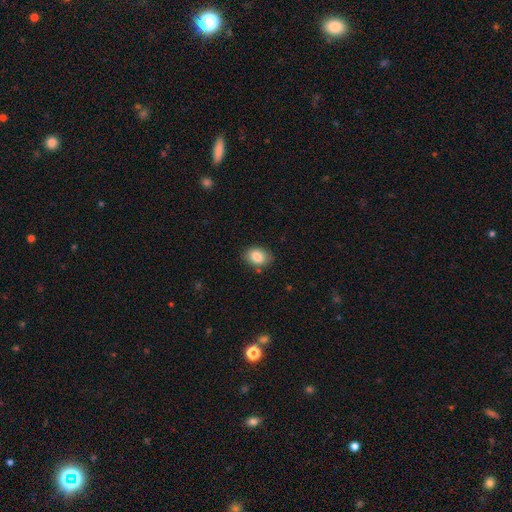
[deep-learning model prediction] Smooth or featured: smooth — 85% (star or artifact — 8%)
How rounded: in between — 70% (round — 29%)
Merging: none — 81% (minor disturbance — 14%)